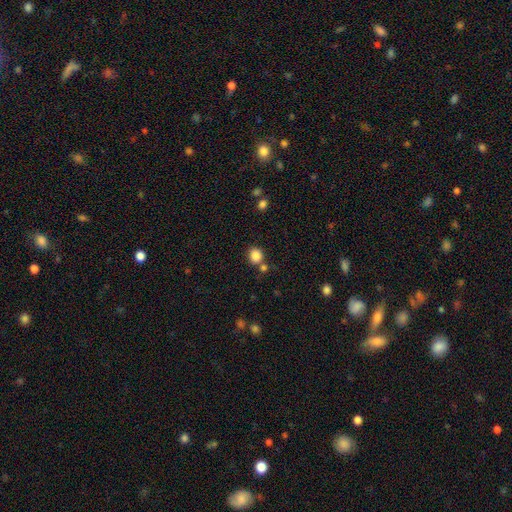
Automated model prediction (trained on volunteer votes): Q: Smooth or featured?
A: smooth (85%); runner-up: star or artifact (10%)
Q: How rounded?
A: round (72%); runner-up: in between (27%)
Q: Merging?
A: none (69%); runner-up: merger (16%)